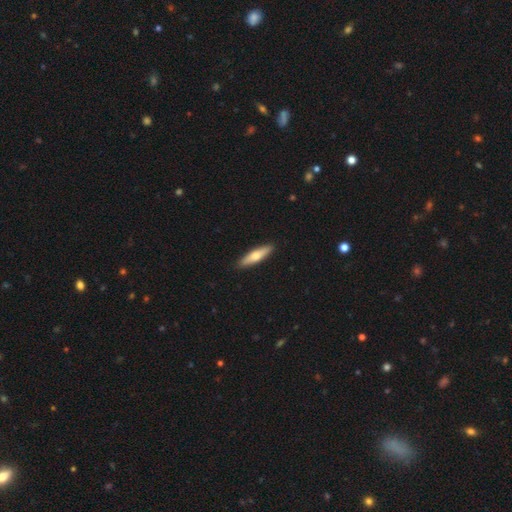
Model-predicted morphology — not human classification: Q: Smooth or featured?
A: smooth (58%); runner-up: featured or disk (37%)
Q: How rounded?
A: cigar-shaped (75%); runner-up: in between (23%)
Q: Merging?
A: none (91%); runner-up: minor disturbance (7%)